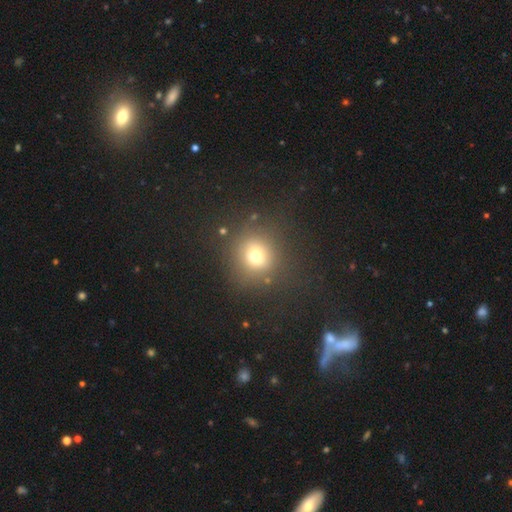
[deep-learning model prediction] Overall: smooth (72%). How rounded: round (87%). Merging: none (81%).